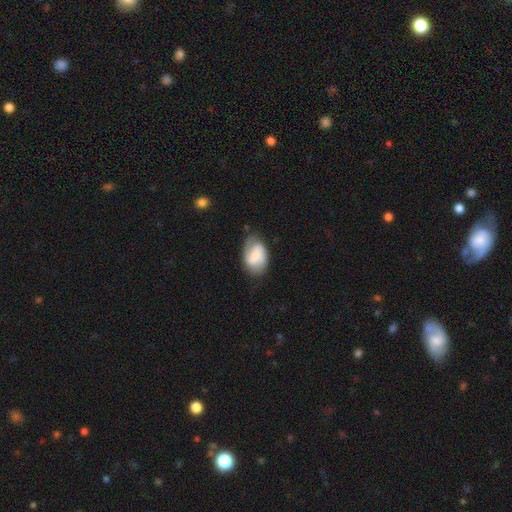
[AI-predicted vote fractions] Smooth or featured: featured or disk — 54% (smooth — 39%)
Edge-on disk: no — 97% (yes — 3%)
Bar: no — 48% (weak — 40%)
Spiral arms: yes — 86% (no — 14%)
Bulge size: small — 51% (moderate — 29%)
Merging: none — 65% (minor disturbance — 25%)